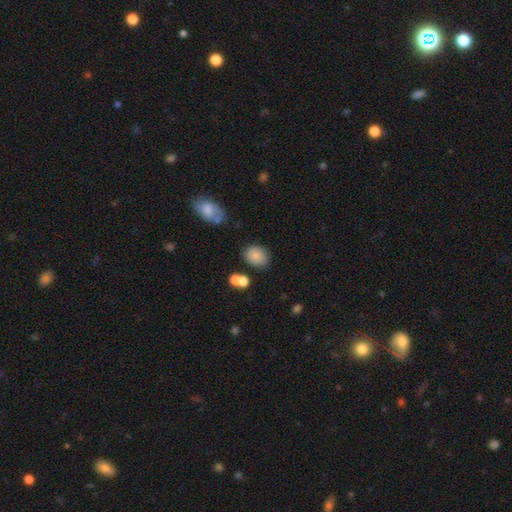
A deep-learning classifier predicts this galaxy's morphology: A smooth galaxy with no disk features (83%) that is in between round and cigar-shaped (61%). Merging: none (73%).